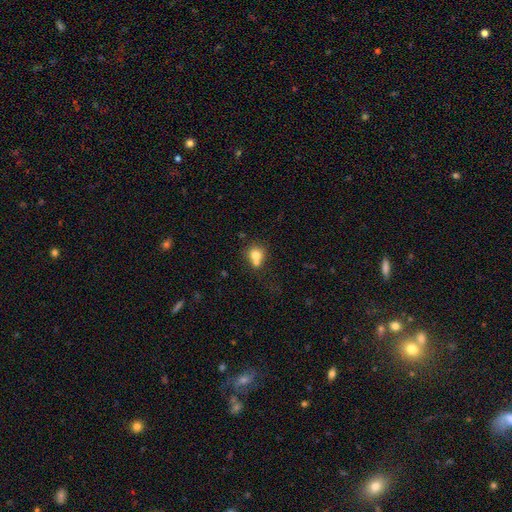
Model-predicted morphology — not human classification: Smooth or featured? Predicted: smooth (p=0.76). How rounded? Predicted: round (p=0.81). Merging? Predicted: merger (p=0.44).